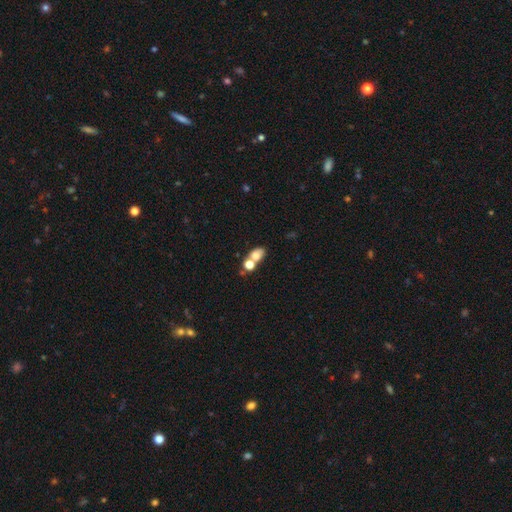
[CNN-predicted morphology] Smooth or featured: smooth — 72% (featured or disk — 16%)
How rounded: in between — 69% (round — 29%)
Merging: merger — 51% (none — 34%)